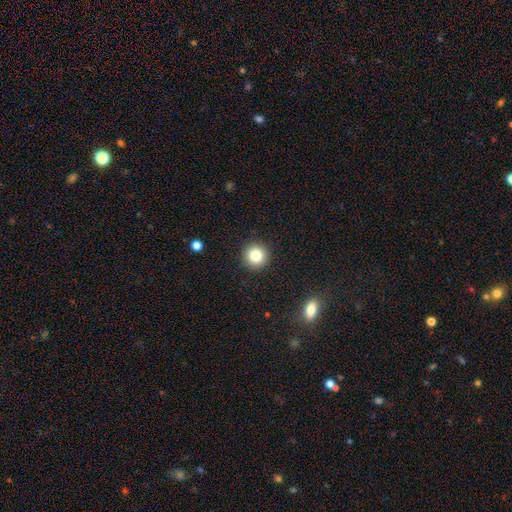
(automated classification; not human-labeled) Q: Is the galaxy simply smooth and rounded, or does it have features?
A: smooth — 82%.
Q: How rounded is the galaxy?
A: round — 95%.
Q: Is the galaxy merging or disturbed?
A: none — 92%.